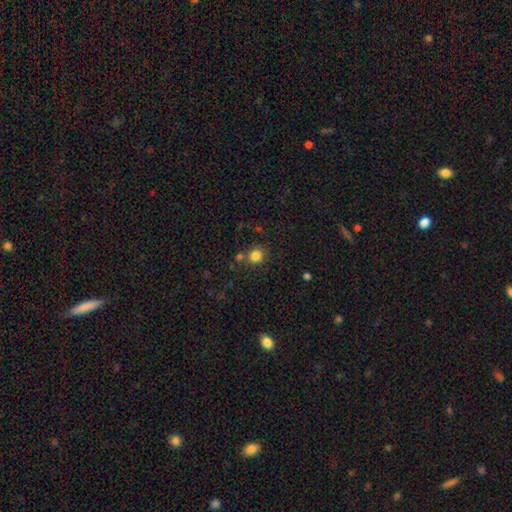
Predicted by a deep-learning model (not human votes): Q: Smooth or featured?
A: smooth (83%); runner-up: star or artifact (12%)
Q: How rounded?
A: round (83%); runner-up: in between (16%)
Q: Merging?
A: none (74%); runner-up: merger (12%)